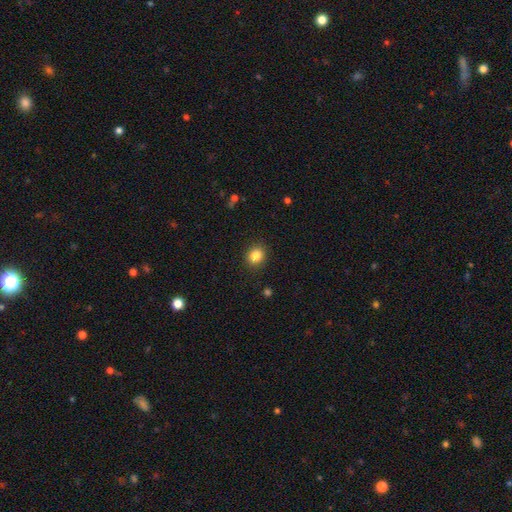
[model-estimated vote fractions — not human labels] Smooth or featured: smooth — 84% (star or artifact — 10%)
How rounded: round — 70% (in between — 29%)
Merging: none — 90% (minor disturbance — 7%)